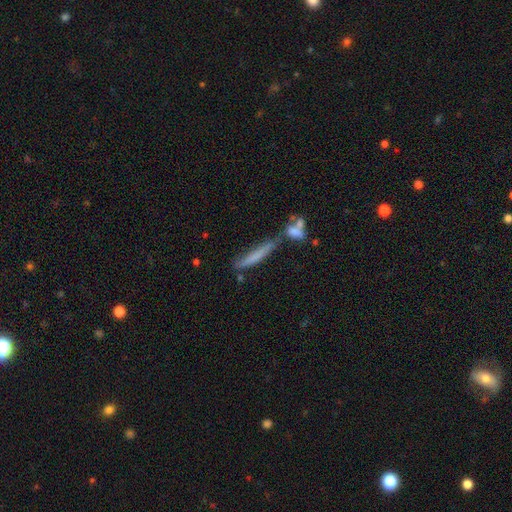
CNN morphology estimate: Smooth or featured: smooth — 58% (featured or disk — 33%)
How rounded: cigar-shaped — 91% (in between — 7%)
Merging: none — 44% (merger — 32%)